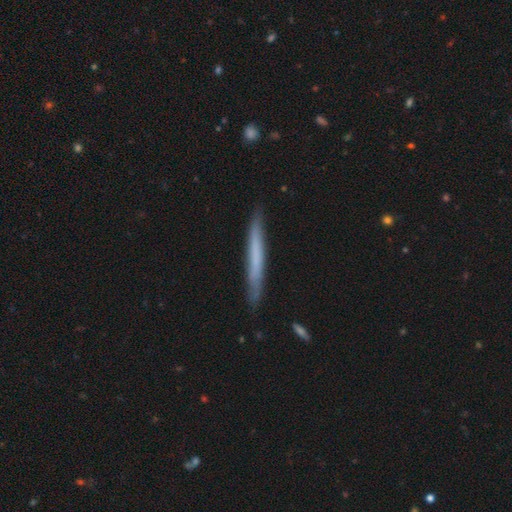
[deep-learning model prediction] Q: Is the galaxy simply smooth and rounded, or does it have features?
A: smooth — 57%.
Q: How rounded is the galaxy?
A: cigar-shaped — 97%.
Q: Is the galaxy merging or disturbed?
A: none — 87%.